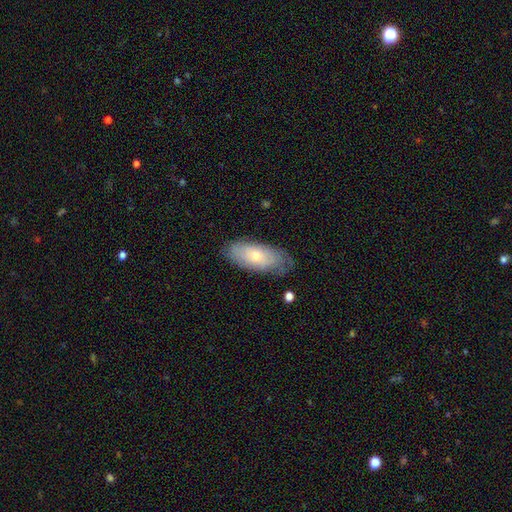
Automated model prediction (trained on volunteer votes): Morphology: type=smooth (58%); roundness=in between (86%); merging=none (70%).